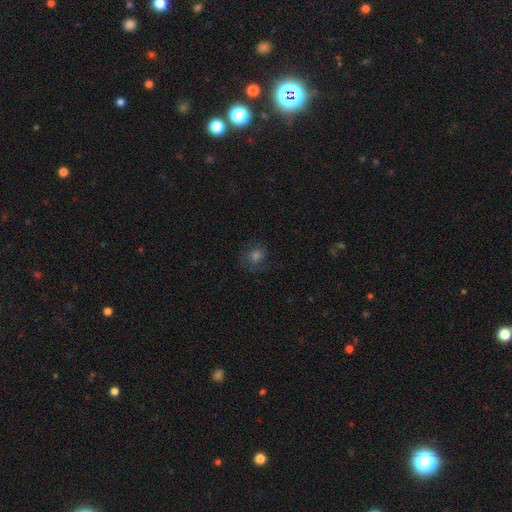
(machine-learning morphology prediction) Smooth or featured? smooth (46%)
Merging? none (68%)